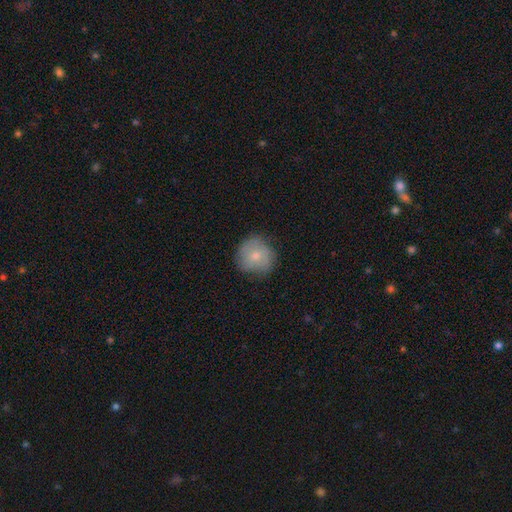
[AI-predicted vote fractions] smooth-or-featured: smooth: 71% | featured or disk: 22% | star or artifact: 7%
  how-rounded: round: 90% | in between: 9% | cigar-shaped: 1%
  merging: none: 73% | minor disturbance: 20% | major disturbance: 5% | merger: 1%